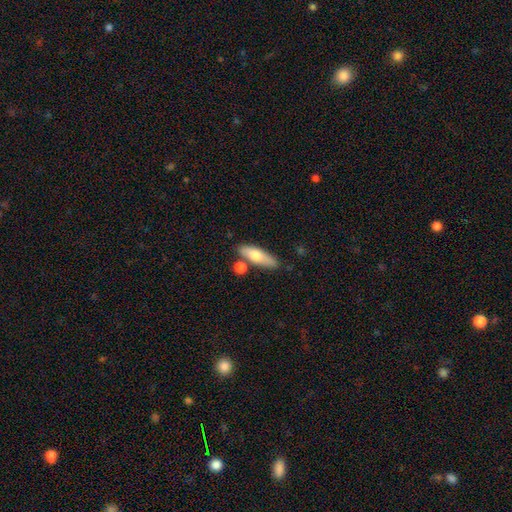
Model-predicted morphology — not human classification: This is likely a smooth galaxy (65%). How rounded: possibly in between (48%, tied with cigar-shaped). Merging: likely none (74%).